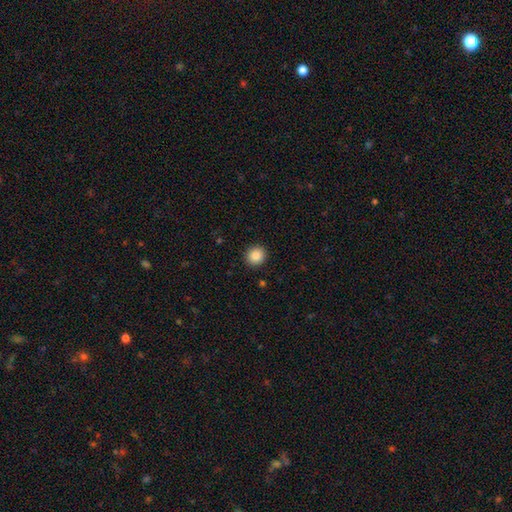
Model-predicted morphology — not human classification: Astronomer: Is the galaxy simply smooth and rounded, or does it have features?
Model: smooth — 87%.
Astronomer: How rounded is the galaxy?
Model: round — 87%.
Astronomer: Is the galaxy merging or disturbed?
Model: none — 92%.